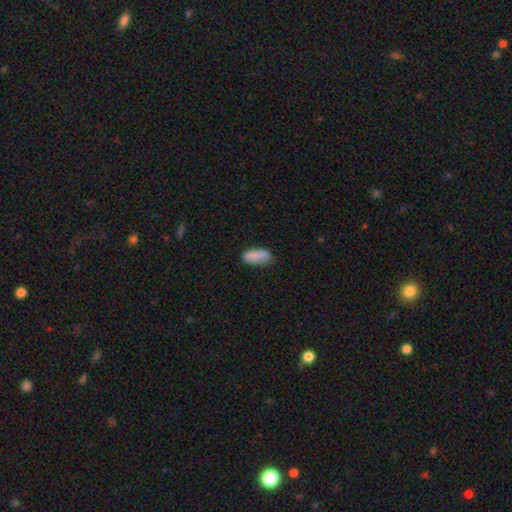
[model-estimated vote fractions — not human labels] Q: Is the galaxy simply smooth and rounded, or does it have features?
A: smooth — 84%.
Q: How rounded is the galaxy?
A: in between — 81%.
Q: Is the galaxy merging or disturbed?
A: none — 62%.